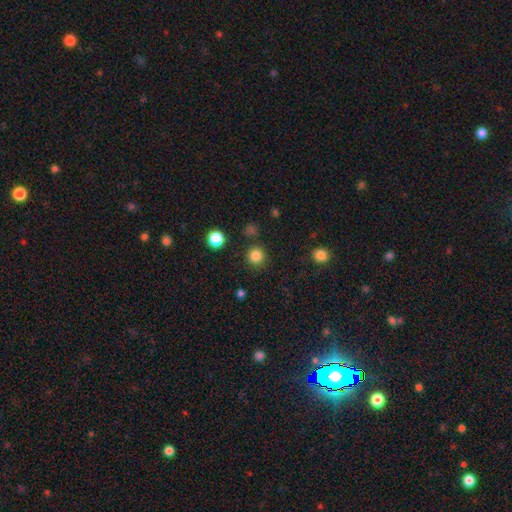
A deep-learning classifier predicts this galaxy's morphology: This is clearly a smooth galaxy (83%). How rounded: clearly round (94%). Merging: clearly none (87%).